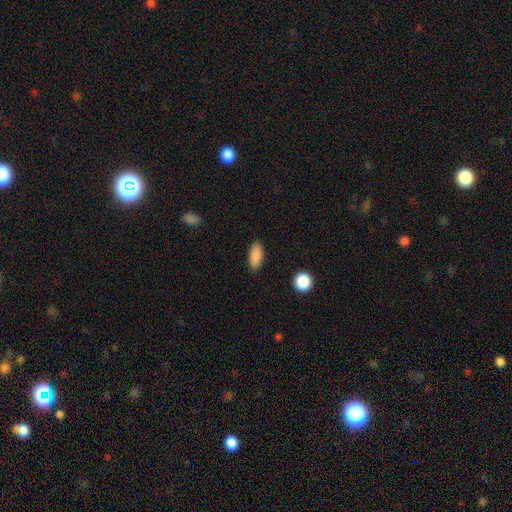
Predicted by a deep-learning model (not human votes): Smooth or featured: smooth — 88% (star or artifact — 7%)
How rounded: in between — 84% (cigar-shaped — 14%)
Merging: none — 88% (minor disturbance — 8%)